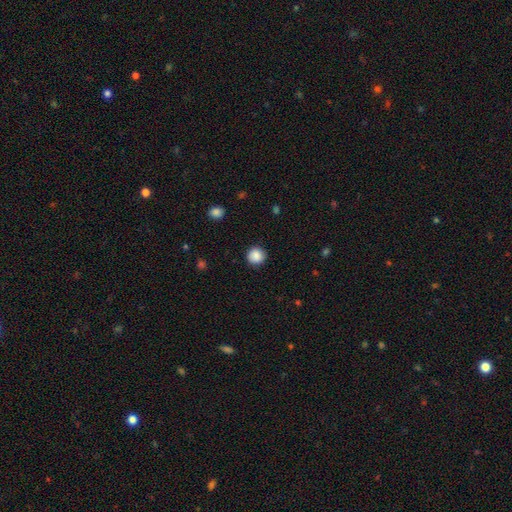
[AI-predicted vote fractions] This is clearly a smooth galaxy (88%). How rounded: clearly round (93%). Merging: clearly none (90%).